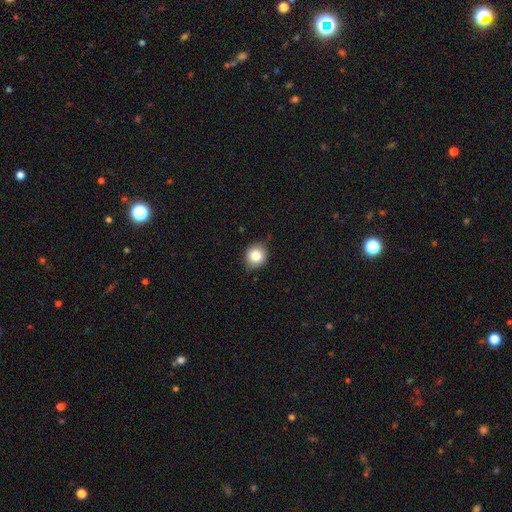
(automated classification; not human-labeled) This appears to be a smooth galaxy with no disk features (83%) that is round (73%). Merging: none (82%).